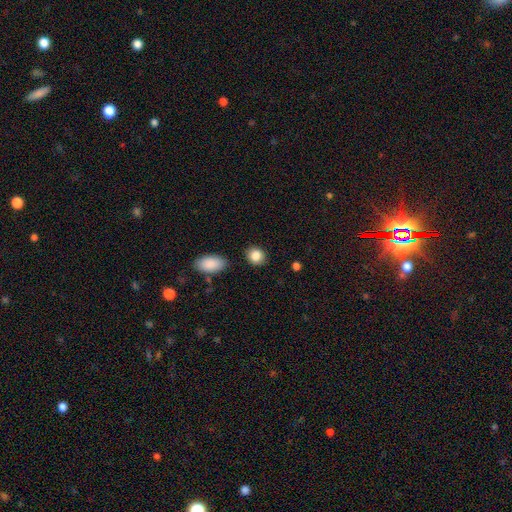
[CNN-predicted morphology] Smooth or featured: smooth — 86% (star or artifact — 8%)
How rounded: round — 66% (in between — 33%)
Merging: none — 86% (minor disturbance — 9%)